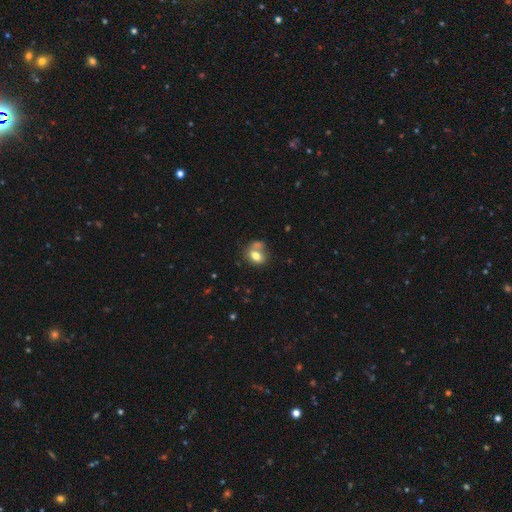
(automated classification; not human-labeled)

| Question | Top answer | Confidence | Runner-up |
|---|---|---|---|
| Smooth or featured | smooth | 75% | featured or disk (16%) |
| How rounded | in between | 68% | round (31%) |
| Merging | none | 40% | merger (36%) |